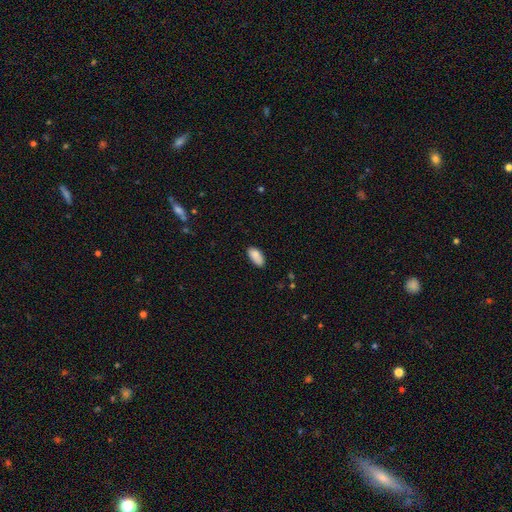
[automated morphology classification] A smooth galaxy with no disk features (88%) that is in between round and cigar-shaped (92%).

Vote fractions:
- Smooth or featured? smooth: 88% / star or artifact: 7% / featured or disk: 6%
- How rounded? in between: 92% / cigar-shaped: 6% / round: 2%
- Merging? none: 81% / minor disturbance: 15% / major disturbance: 3% / merger: 1%